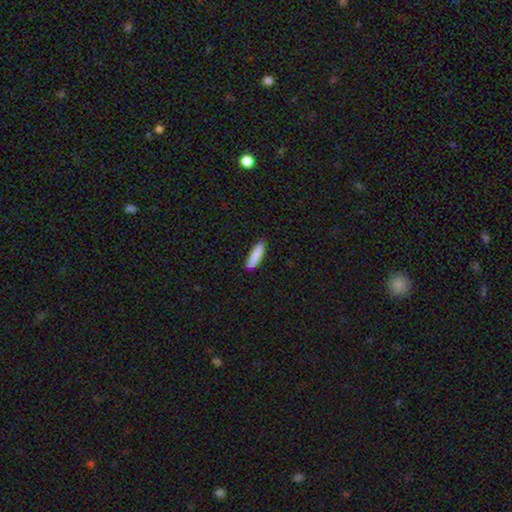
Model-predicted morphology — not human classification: A smooth galaxy with no disk features (87%) that is cigar-shaped (70%).

Vote fractions:
- Smooth or featured? smooth: 87% / featured or disk: 7% / star or artifact: 6%
- How rounded? cigar-shaped: 70% / in between: 29% / round: 1%
- Merging? none: 85% / minor disturbance: 12% / major disturbance: 2% / merger: 1%